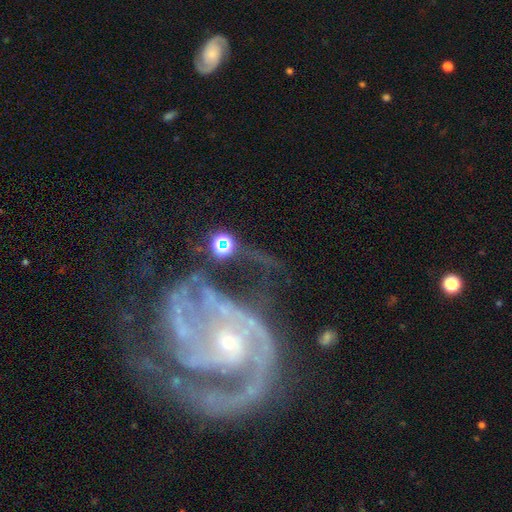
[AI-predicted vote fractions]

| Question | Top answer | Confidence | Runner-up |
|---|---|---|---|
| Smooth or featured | featured or disk | 91% | star or artifact (6%) |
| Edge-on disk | no | 98% | yes (2%) |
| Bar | no | 60% | weak (28%) |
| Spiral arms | yes | 98% | no (2%) |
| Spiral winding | tight | 49% | medium (41%) |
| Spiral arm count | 2 | 57% | 3 (17%) |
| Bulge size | small | 70% | moderate (25%) |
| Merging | none | 42% | major disturbance (28%) |